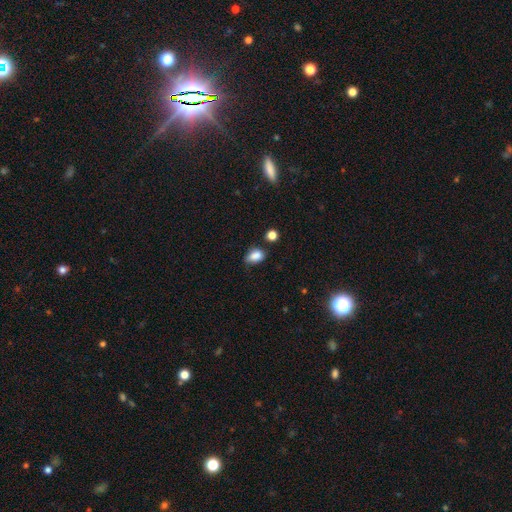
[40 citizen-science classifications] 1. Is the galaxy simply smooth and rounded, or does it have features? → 90% smooth, 10% star or artifact, 0% featured or disk.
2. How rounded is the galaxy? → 78% in between, 22% round, 0% cigar-shaped.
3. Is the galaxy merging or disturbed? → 67% none, 19% minor disturbance, 11% merger, 3% major disturbance.